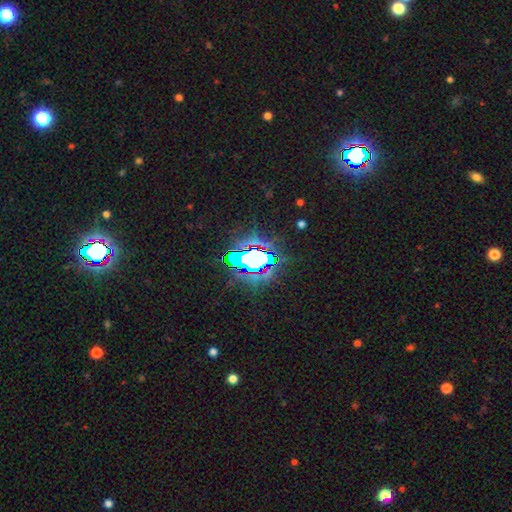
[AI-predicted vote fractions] smooth-or-featured: star or artifact: 69% | smooth: 17% | featured or disk: 13%